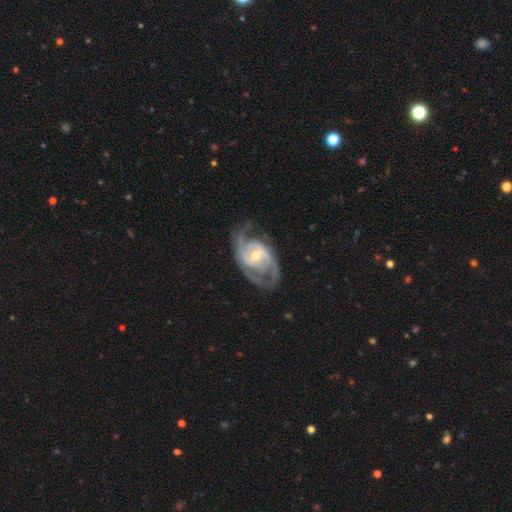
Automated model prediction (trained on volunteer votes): Q: Smooth or featured?
A: featured or disk (90%); runner-up: smooth (5%)
Q: Edge-on disk?
A: no (97%); runner-up: yes (3%)
Q: Bar?
A: no (44%); runner-up: weak (40%)
Q: Spiral arms?
A: yes (96%); runner-up: no (4%)
Q: Spiral winding?
A: medium (53%); runner-up: tight (27%)
Q: Spiral arm count?
A: 2 (79%); runner-up: 3 (8%)
Q: Bulge size?
A: moderate (50%); runner-up: small (46%)
Q: Merging?
A: none (70%); runner-up: minor disturbance (17%)